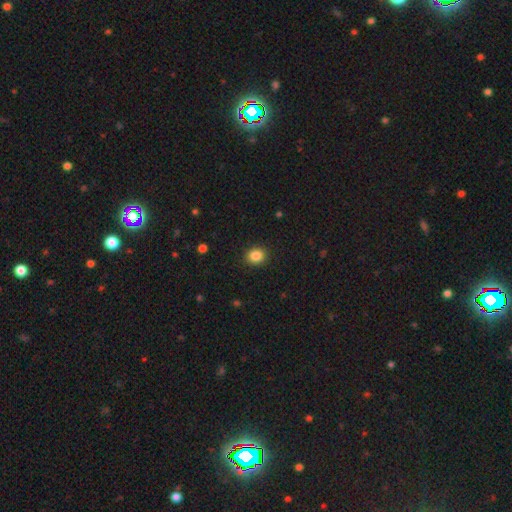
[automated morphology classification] Smooth or featured: smooth — 86% (star or artifact — 10%)
How rounded: round — 70% (in between — 29%)
Merging: none — 91% (minor disturbance — 6%)